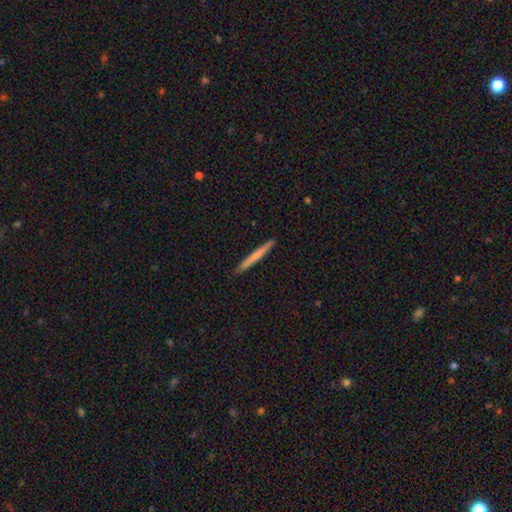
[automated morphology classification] Smooth or featured? smooth (61%)
How rounded? cigar-shaped (97%)
Merging? none (91%)